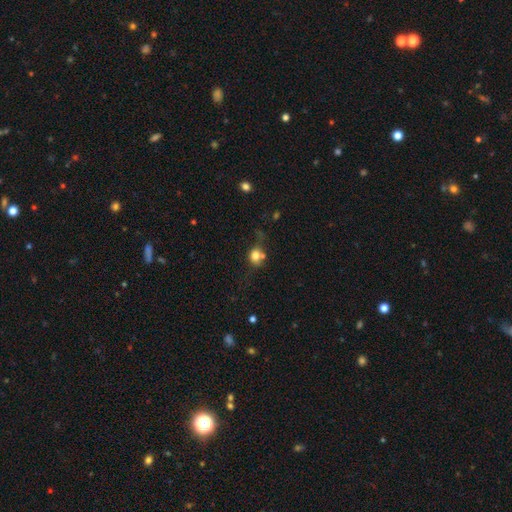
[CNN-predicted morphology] Q: Smooth or featured?
A: smooth (76%); runner-up: star or artifact (12%)
Q: How rounded?
A: round (69%); runner-up: in between (30%)
Q: Merging?
A: none (50%); runner-up: merger (21%)